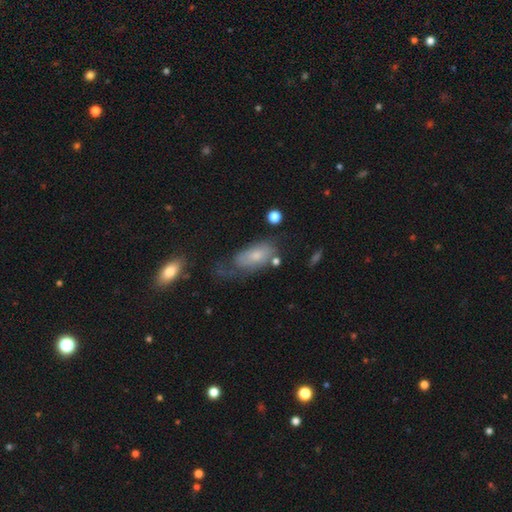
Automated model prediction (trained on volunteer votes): Overall: smooth (54%; featured or disk 37%). How rounded: in between (88%). Merging: none (34%; major disturbance 31%).